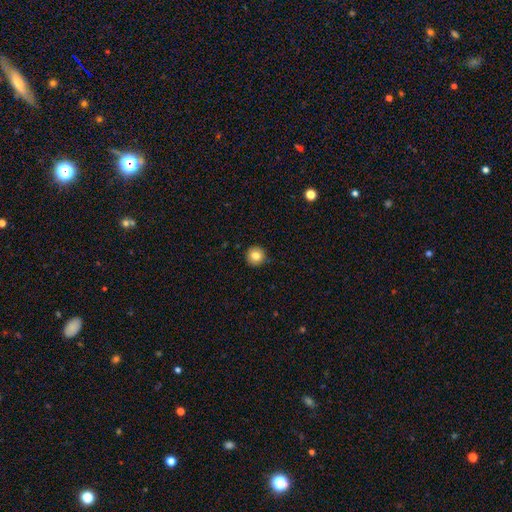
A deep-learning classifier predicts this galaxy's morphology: smooth_or_featured: smooth (p=0.82) [alt: star or artifact p=0.10]
how_rounded: round (p=0.95) [alt: in between p=0.04]
merging: none (p=0.89) [alt: minor disturbance p=0.08]